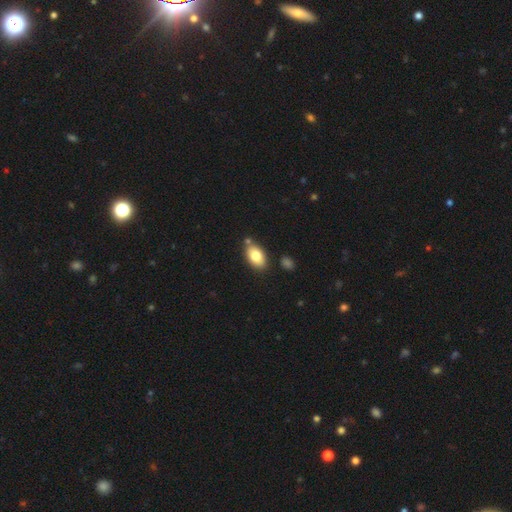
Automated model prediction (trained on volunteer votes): Smooth or featured?
  - smooth: 79% *
  - featured or disk: 14%
  - star or artifact: 7%
How rounded?
  - in between: 90% *
  - round: 8%
  - cigar-shaped: 2%
Merging?
  - none: 74% *
  - minor disturbance: 14%
  - merger: 9%
  - major disturbance: 3%